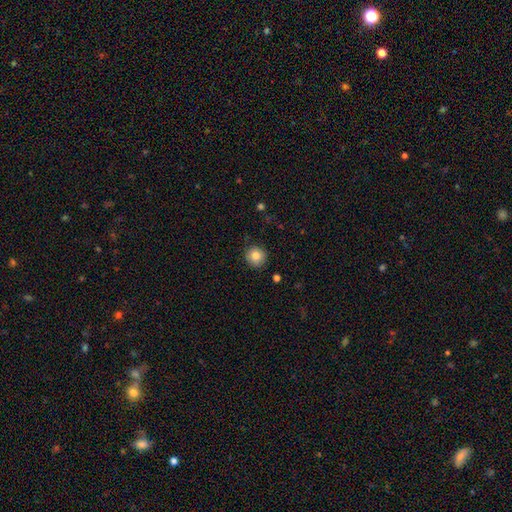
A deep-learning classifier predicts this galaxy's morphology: Smooth or featured? Predicted: smooth (p=0.85). How rounded? Predicted: round (p=0.93). Merging? Predicted: none (p=0.88).